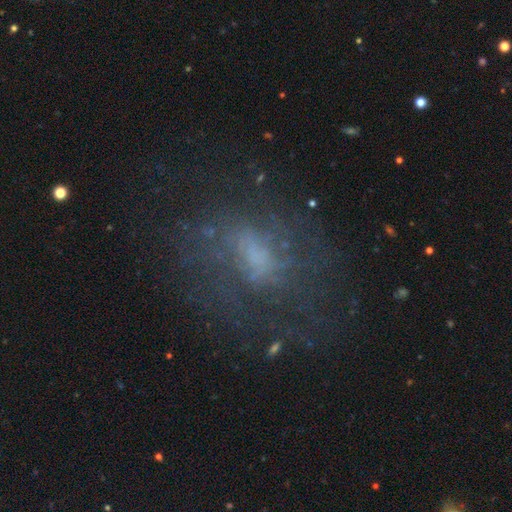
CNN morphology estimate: Smooth or featured?
  - featured or disk: 58% *
  - smooth: 25%
  - star or artifact: 17%
Edge-on disk?
  - no: 94% *
  - yes: 6%
Bar?
  - no: 49% *
  - weak: 40%
  - strong: 11%
Spiral arms?
  - yes: 57% *
  - no: 43%
Bulge size?
  - small: 37% *
  - moderate: 31%
  - none: 23%
  - large: 7%
  - dominant: 2%
Merging?
  - none: 61% *
  - major disturbance: 19%
  - minor disturbance: 18%
  - merger: 2%